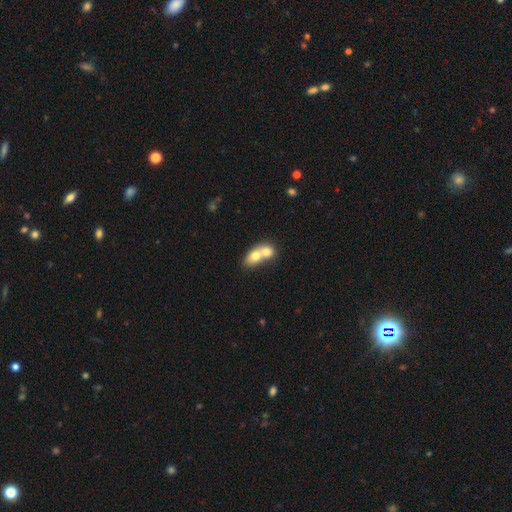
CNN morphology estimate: This appears to be a smooth galaxy with no disk features (68%) that is in between round and cigar-shaped (65%). Merging: merger (77%).